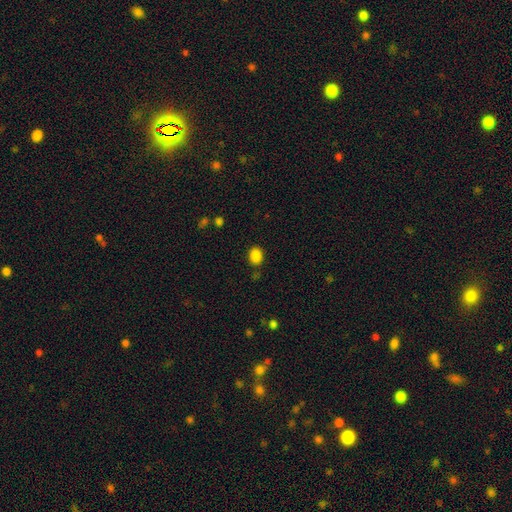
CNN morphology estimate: Smooth or featured?
  - smooth: 86% *
  - star or artifact: 11%
  - featured or disk: 3%
How rounded?
  - in between: 59% *
  - round: 40%
  - cigar-shaped: 1%
Merging?
  - none: 81% *
  - minor disturbance: 12%
  - major disturbance: 3%
  - merger: 3%